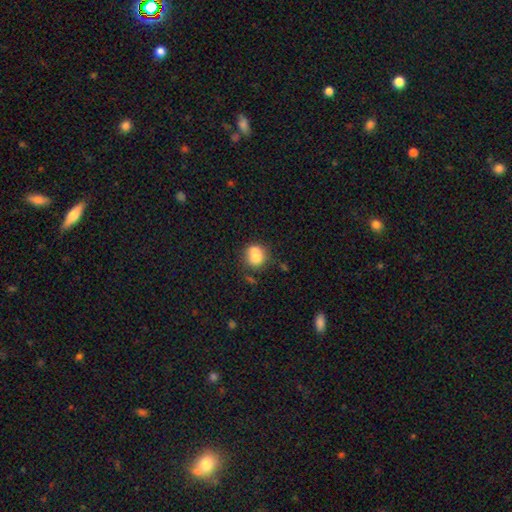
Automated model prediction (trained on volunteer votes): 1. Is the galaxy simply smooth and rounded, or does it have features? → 73% smooth, 17% featured or disk, 10% star or artifact.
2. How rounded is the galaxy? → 80% round, 19% in between, 1% cigar-shaped.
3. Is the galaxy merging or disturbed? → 41% merger, 40% none, 14% minor disturbance, 5% major disturbance.